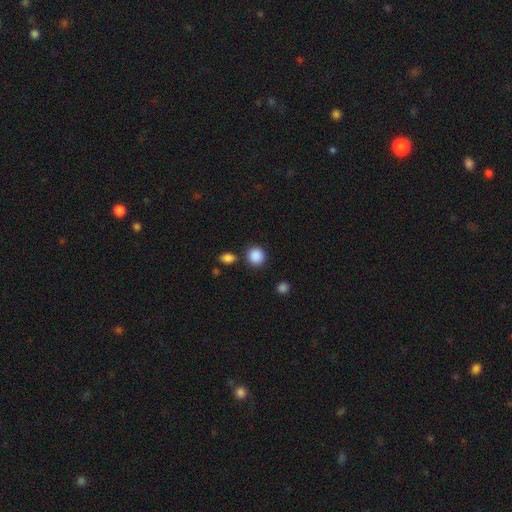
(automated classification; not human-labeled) A smooth galaxy with no disk features (88%) that is round (89%).

Vote fractions:
- Smooth or featured? smooth: 88% / star or artifact: 9% / featured or disk: 3%
- How rounded? round: 89% / in between: 10% / cigar-shaped: 1%
- Merging? none: 81% / minor disturbance: 9% / merger: 6% / major disturbance: 3%